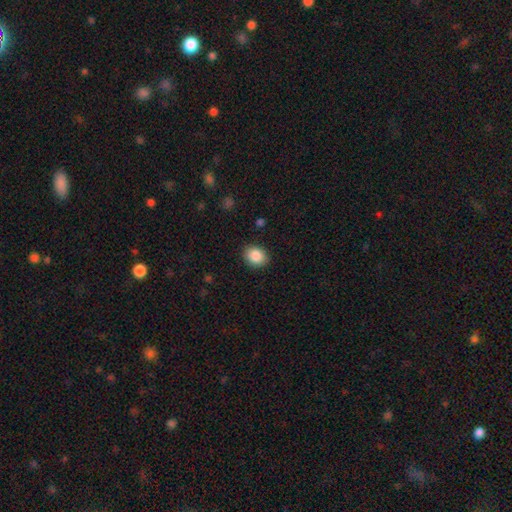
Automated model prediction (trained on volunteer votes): The model was most divided on "how rounded": round: 55%, in between: 44%, cigar-shaped: 1%. More confident: merging — none (88%); smooth or featured — smooth (88%).